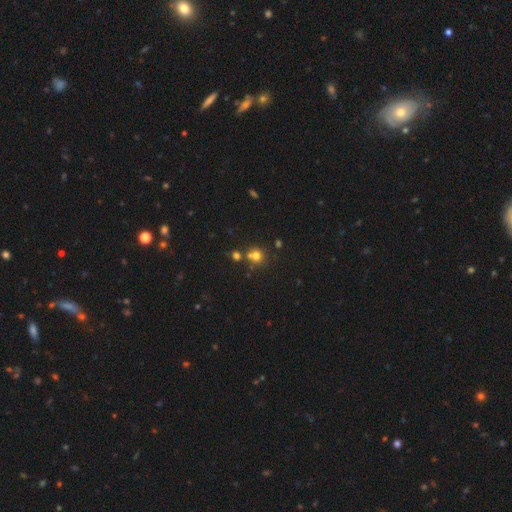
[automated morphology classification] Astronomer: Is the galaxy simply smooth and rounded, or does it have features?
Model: smooth — 68%.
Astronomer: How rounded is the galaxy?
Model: round — 84%.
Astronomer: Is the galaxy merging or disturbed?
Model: none — 55% (runner-up: merger, 33%).